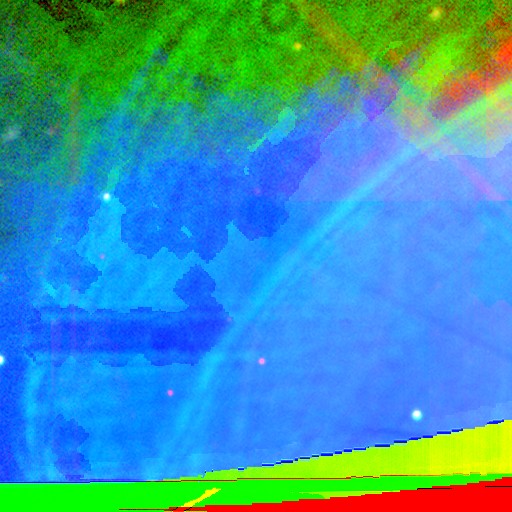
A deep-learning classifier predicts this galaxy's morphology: Smooth or featured: star or artifact — 81% (featured or disk — 10%)